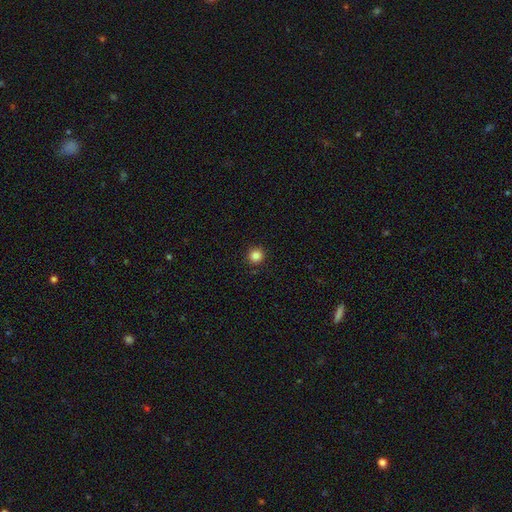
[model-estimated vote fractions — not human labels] Overall: smooth (85%). How rounded: round (95%). Merging: none (92%).